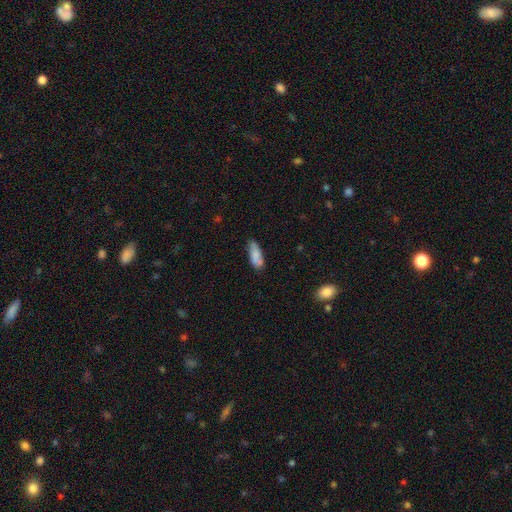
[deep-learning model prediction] Smooth or featured: smooth — 80% (featured or disk — 14%)
How rounded: in between — 68% (cigar-shaped — 30%)
Merging: none — 72% (minor disturbance — 21%)